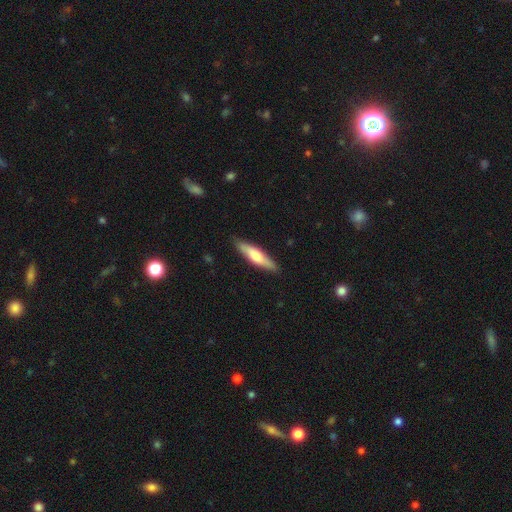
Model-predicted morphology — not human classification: This is likely a smooth galaxy (61%). How rounded: likely cigar-shaped (77%). Merging: clearly none (86%).